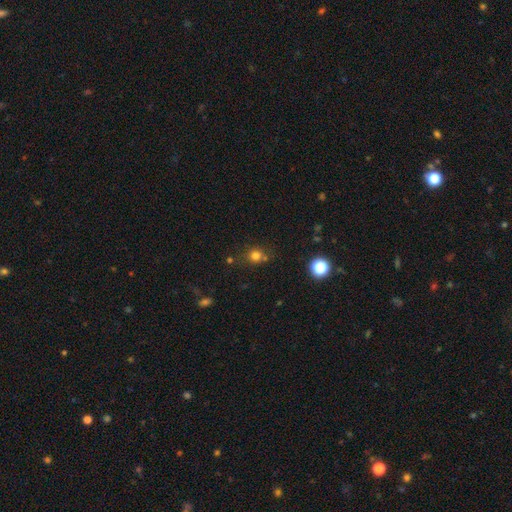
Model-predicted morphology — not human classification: smooth-or-featured: smooth: 76% | star or artifact: 17% | featured or disk: 7%
  how-rounded: round: 84% | in between: 15% | cigar-shaped: 1%
  merging: none: 71% | minor disturbance: 14% | merger: 11% | major disturbance: 5%